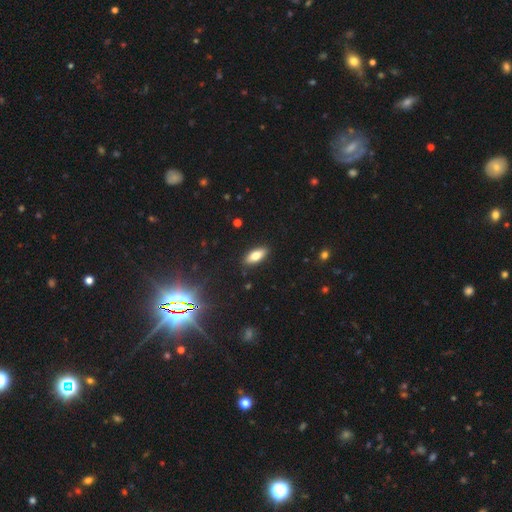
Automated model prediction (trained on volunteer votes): Smooth or featured? Predicted: smooth (p=0.73). How rounded? Predicted: in between (p=0.78). Merging? Predicted: none (p=0.88).